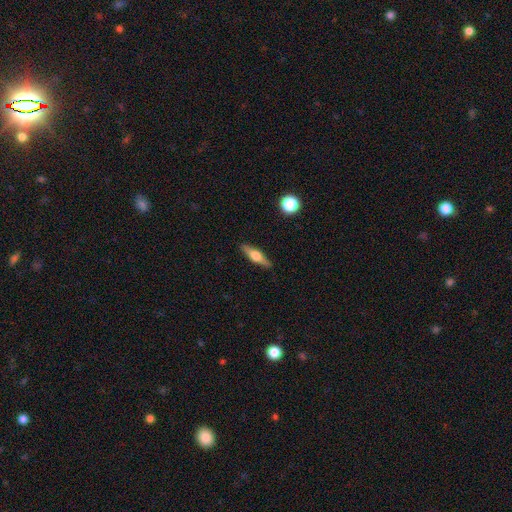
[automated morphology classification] featured or disk 58%, smooth 36%, star or artifact 6%. Down the decision tree: edge-on disk — yes (95%); edge-on bulge — rounded (93%); merging — none (89%).